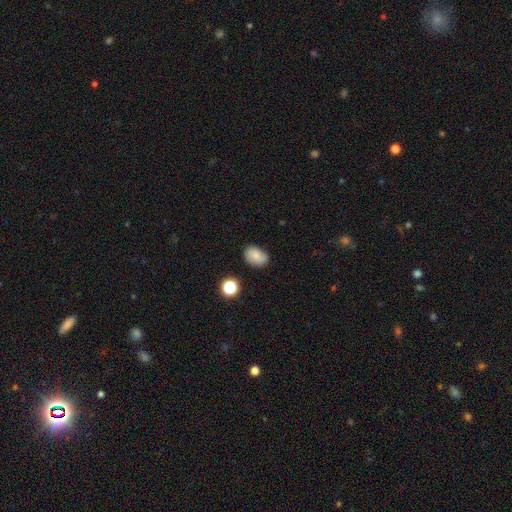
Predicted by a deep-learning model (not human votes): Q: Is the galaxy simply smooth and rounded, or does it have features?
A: smooth — 67%.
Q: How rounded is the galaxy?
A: in between — 73%.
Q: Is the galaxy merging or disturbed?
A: none — 70%.